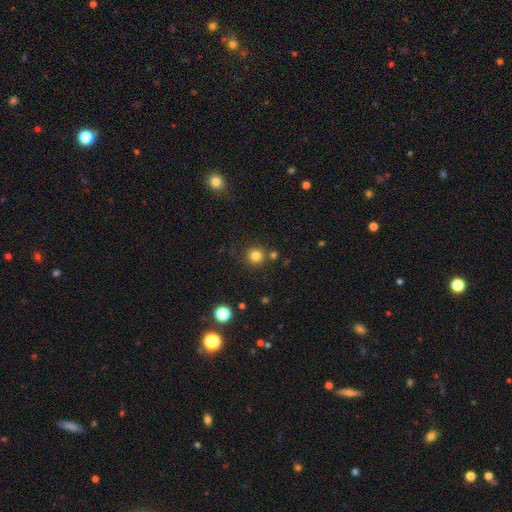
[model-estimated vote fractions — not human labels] Q: Smooth or featured?
A: smooth (81%); runner-up: star or artifact (13%)
Q: How rounded?
A: round (92%); runner-up: in between (7%)
Q: Merging?
A: none (80%); runner-up: minor disturbance (9%)